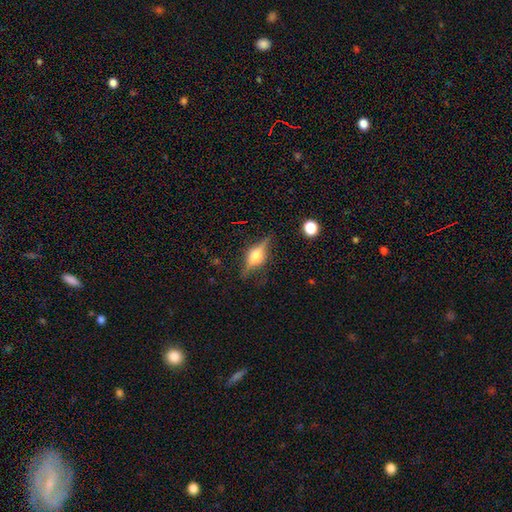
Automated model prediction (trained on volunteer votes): smooth_or_featured: featured or disk (p=0.67) [alt: smooth p=0.24]
disk_edge_on: yes (p=0.93) [alt: no p=0.07]
edge_on_bulge: rounded (p=0.92) [alt: boxy p=0.06]
merging: none (p=0.79) [alt: minor disturbance p=0.14]